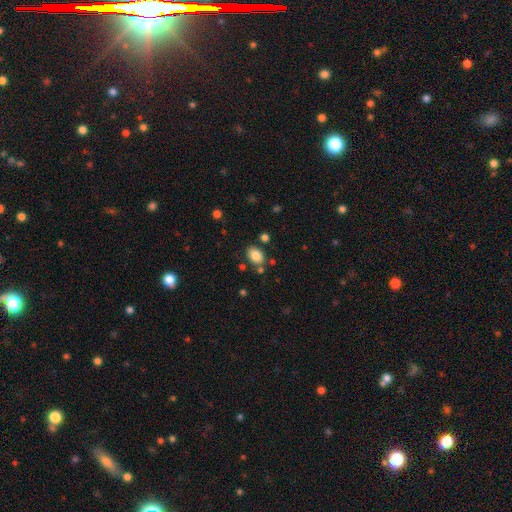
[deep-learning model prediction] Overall: smooth (84%). How rounded: in between (75%). Merging: none (78%).